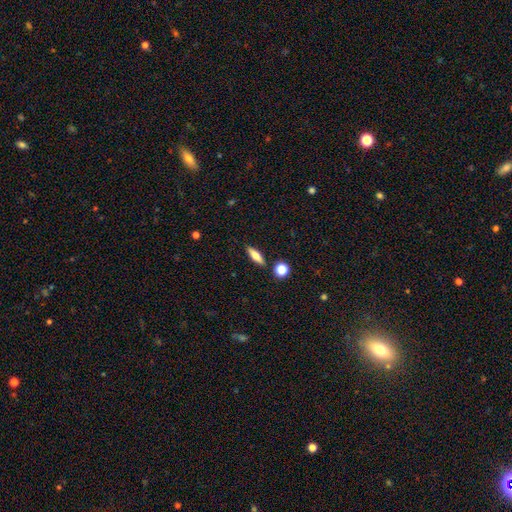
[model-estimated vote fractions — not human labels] Smooth or featured: smooth — 63% (featured or disk — 29%)
How rounded: cigar-shaped — 51% (in between — 44%)
Merging: none — 86% (minor disturbance — 8%)